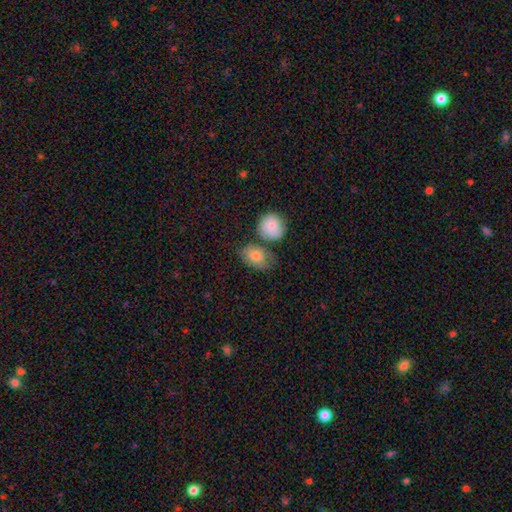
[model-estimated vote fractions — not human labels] smooth-or-featured: smooth: 80% | featured or disk: 13% | star or artifact: 7%
  how-rounded: in between: 76% | round: 22% | cigar-shaped: 2%
  merging: none: 52% | merger: 23% | minor disturbance: 19% | major disturbance: 6%